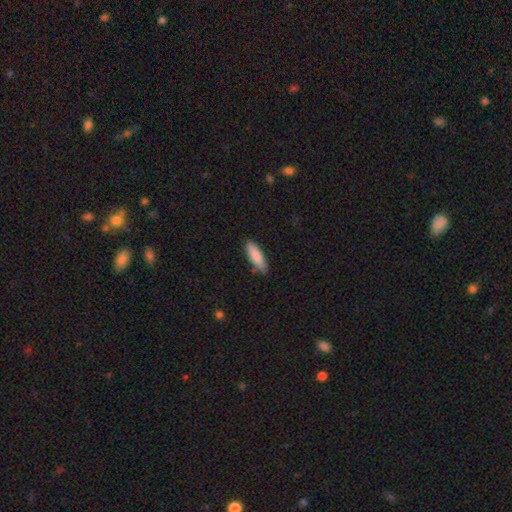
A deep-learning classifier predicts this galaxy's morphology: Overall: smooth (87%). How rounded: cigar-shaped (51%; in between 47%). Merging: none (80%).